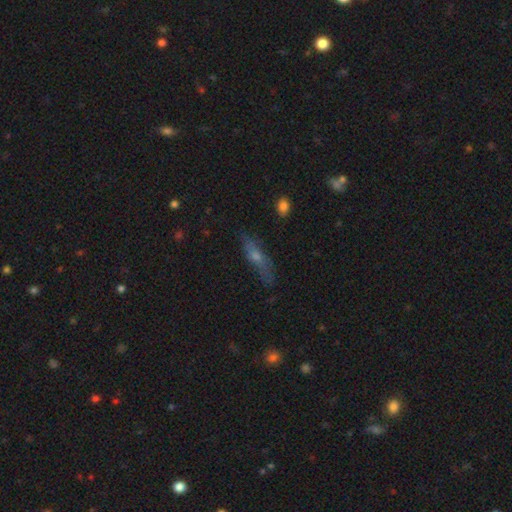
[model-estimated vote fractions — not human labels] smooth-or-featured: featured or disk: 48% | smooth: 38% | star or artifact: 14%
  merging: none: 76% | minor disturbance: 17% | major disturbance: 5% | merger: 2%